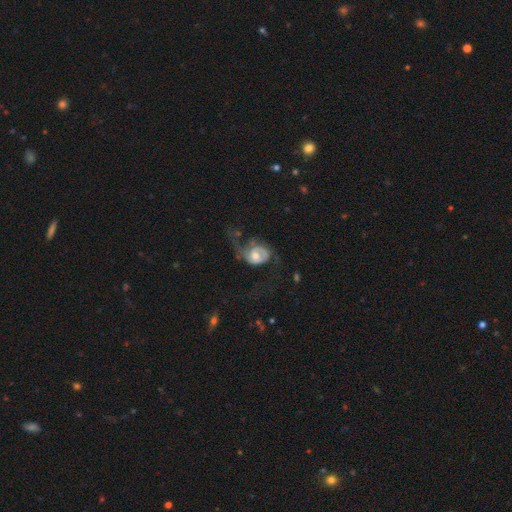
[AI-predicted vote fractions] Smooth or featured? Predicted: featured or disk (p=0.62). Edge-on disk? Predicted: no (p=0.97). Bar? Predicted: no (p=0.76). Spiral arms? Predicted: yes (p=0.70). Bulge size? Predicted: moderate (p=0.68). Merging? Predicted: major disturbance (p=0.54).